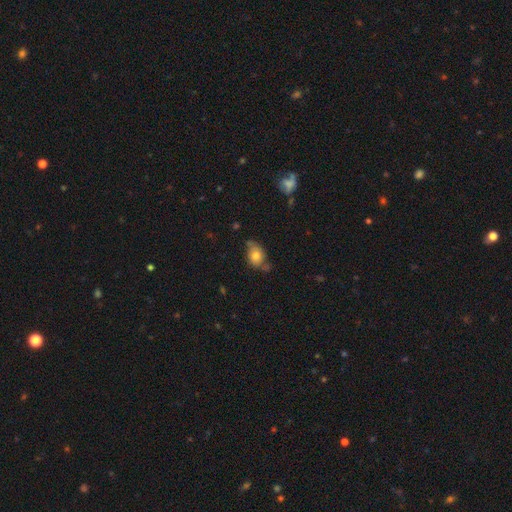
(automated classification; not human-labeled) Smooth or featured? Predicted: smooth (p=0.67). How rounded? Predicted: in between (p=0.71). Merging? Predicted: none (p=0.53).